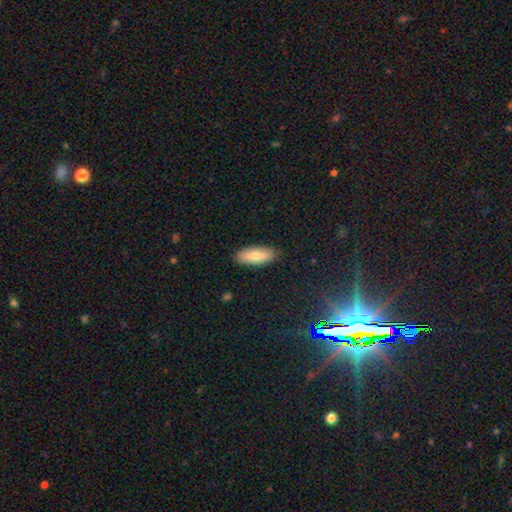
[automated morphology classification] This is likely a smooth galaxy (76%). How rounded: likely in between (74%). Merging: clearly none (88%).